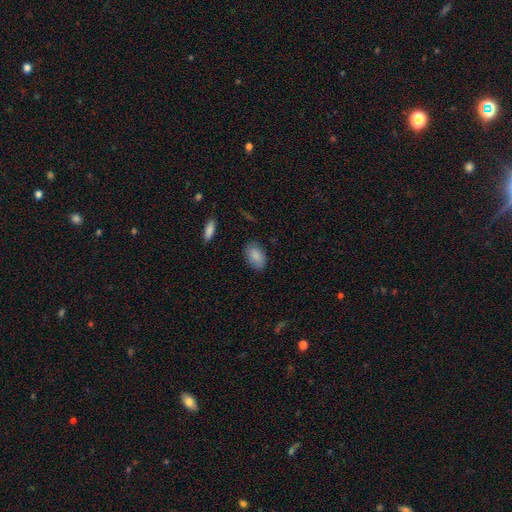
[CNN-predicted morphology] This is clearly a smooth galaxy (87%). How rounded: clearly in between (90%). Merging: clearly none (82%).